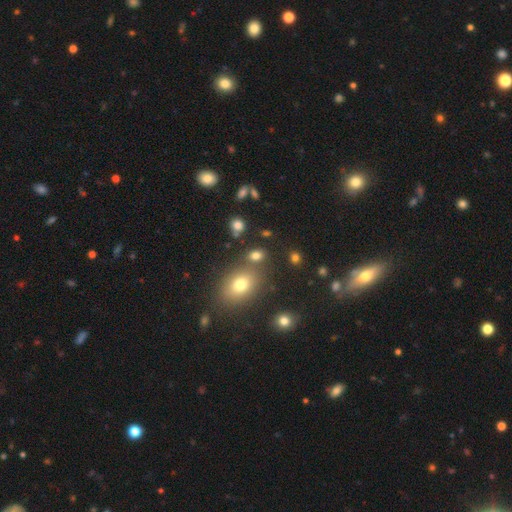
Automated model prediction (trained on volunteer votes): A smooth galaxy with no disk features (76%) that is in between round and cigar-shaped (64%).

Vote fractions:
- Smooth or featured? smooth: 76% / star or artifact: 15% / featured or disk: 8%
- How rounded? in between: 64% / round: 34% / cigar-shaped: 2%
- Merging? none: 68% / merger: 17% / minor disturbance: 11% / major disturbance: 5%